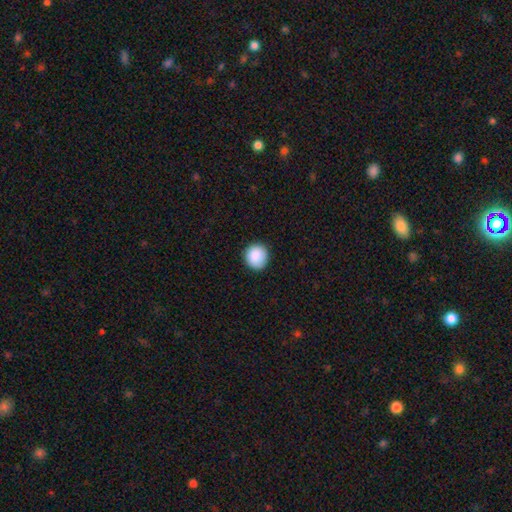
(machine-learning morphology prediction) The model was most divided on "merging": none: 88%, minor disturbance: 9%, major disturbance: 2%, merger: 1%. More confident: how rounded — round (90%); smooth or featured — smooth (89%).